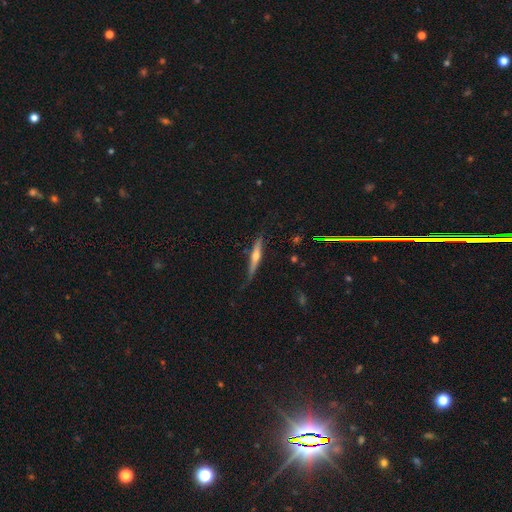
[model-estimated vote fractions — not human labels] Smooth or featured? Predicted: featured or disk (p=0.60). Edge-on disk? Predicted: yes (p=0.95). Edge-on bulge? Predicted: rounded (p=0.83). Merging? Predicted: none (p=0.71).